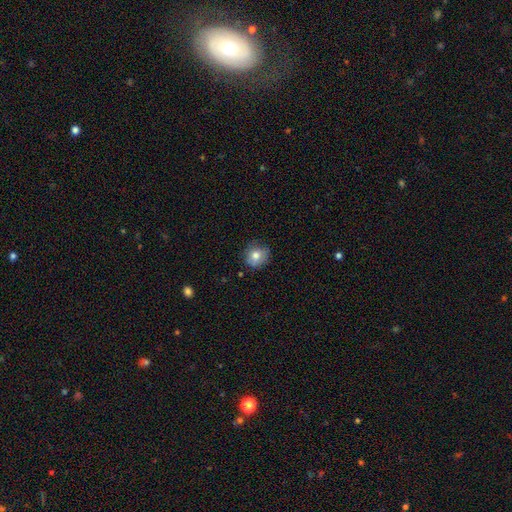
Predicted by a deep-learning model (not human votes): Morphology: type=smooth (76%); roundness=round (85%); merging=none (76%).